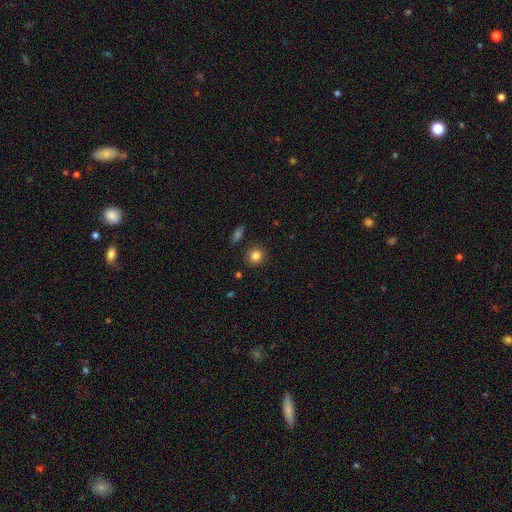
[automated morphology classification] smooth_or_featured: smooth (p=0.84) [alt: star or artifact p=0.11]
how_rounded: round (p=0.85) [alt: in between p=0.14]
merging: none (p=0.86) [alt: minor disturbance p=0.09]